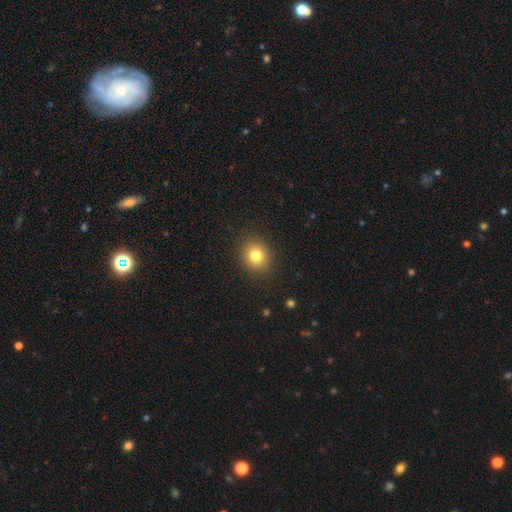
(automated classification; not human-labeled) Smooth or featured? smooth (80%)
How rounded? round (77%)
Merging? none (89%)